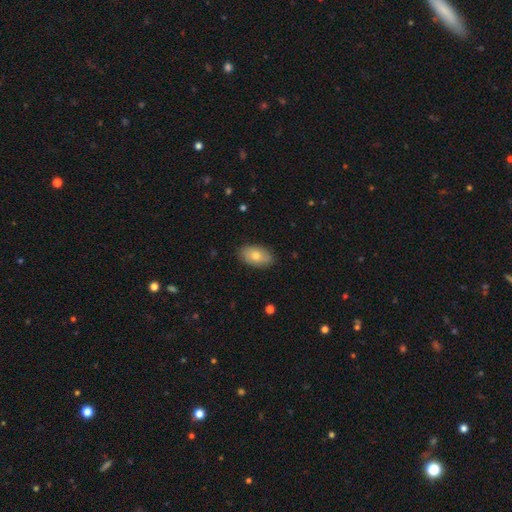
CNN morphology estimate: The model was most divided on "smooth or featured": smooth: 72%, featured or disk: 21%, star or artifact: 7%. More confident: how rounded — in between (92%); merging — none (86%).